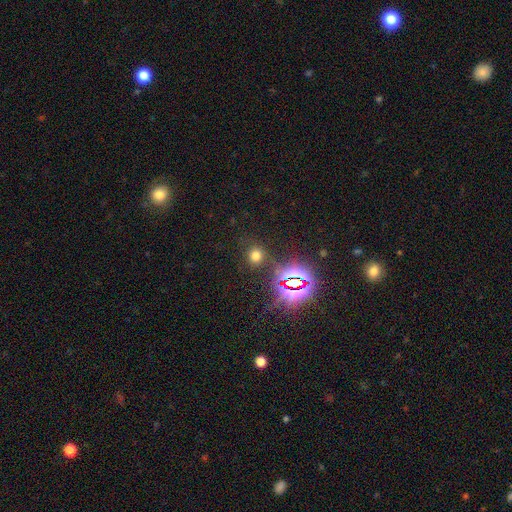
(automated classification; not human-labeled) A smooth galaxy with no disk features (61%) that is round (83%). Merging: none (84%).